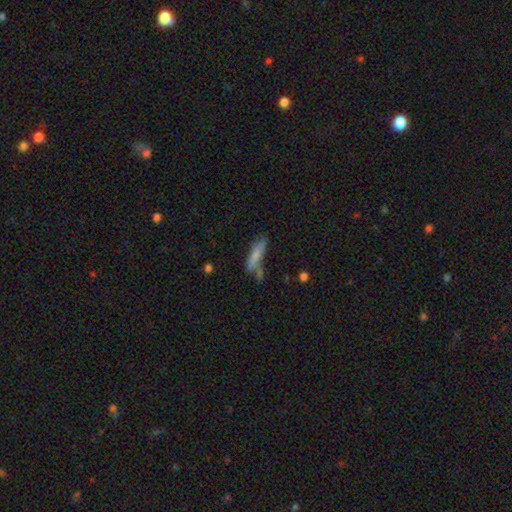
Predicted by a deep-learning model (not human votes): Smooth or featured? Predicted: smooth (p=0.70). How rounded? Predicted: cigar-shaped (p=0.76). Merging? Predicted: none (p=0.50).